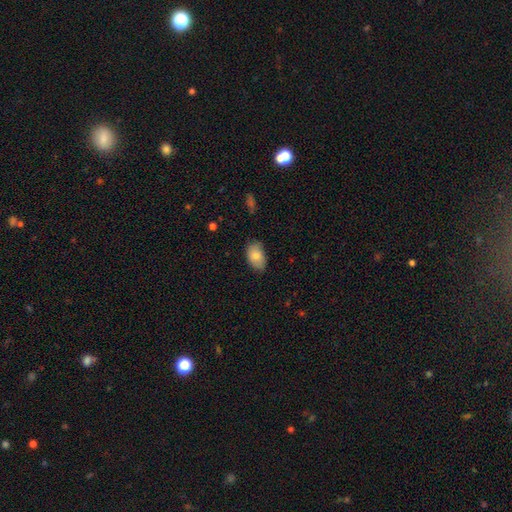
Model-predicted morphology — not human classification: A smooth galaxy with no disk features (82%) that is in between round and cigar-shaped (91%). Merging: none (75%).